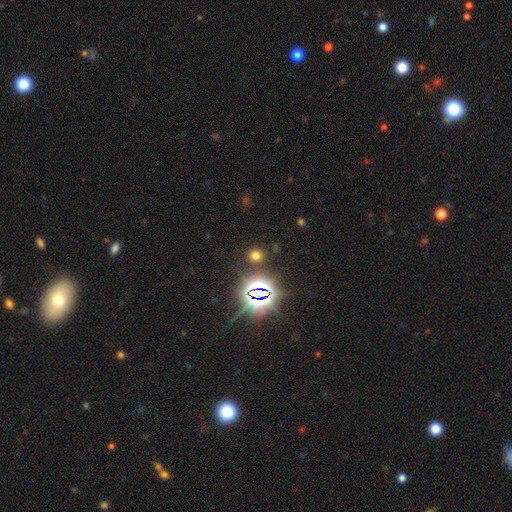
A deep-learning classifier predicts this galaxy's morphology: Smooth or featured? Predicted: smooth (p=0.57). How rounded? Predicted: round (p=0.81). Merging? Predicted: none (p=0.86).